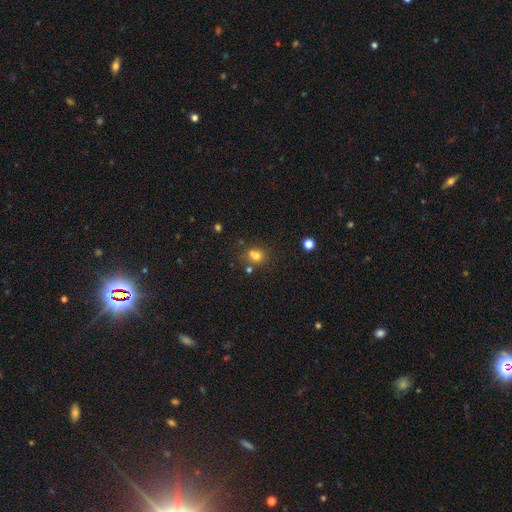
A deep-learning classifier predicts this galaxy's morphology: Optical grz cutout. It shows a smooth galaxy with no disk features (70%) that is round (73%). Merging: none (49%).